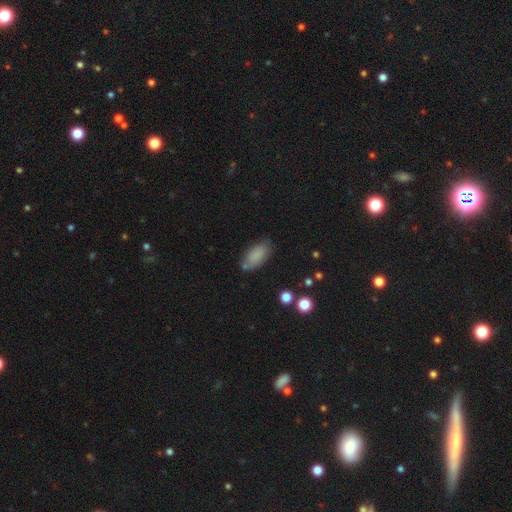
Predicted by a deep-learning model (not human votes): Q: Smooth or featured?
A: smooth (84%); runner-up: star or artifact (8%)
Q: How rounded?
A: in between (89%); runner-up: cigar-shaped (9%)
Q: Merging?
A: none (73%); runner-up: minor disturbance (18%)